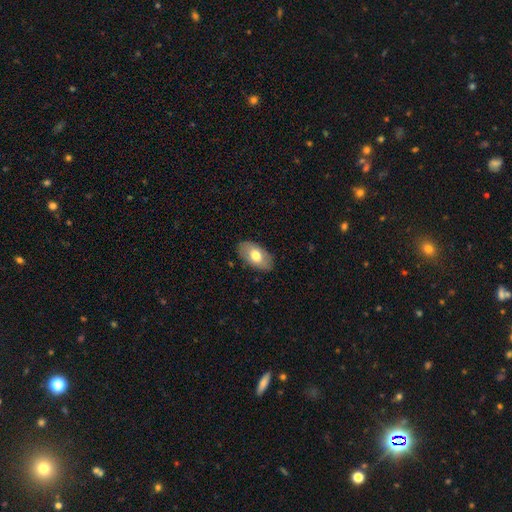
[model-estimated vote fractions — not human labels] smooth 69%, featured or disk 25%, star or artifact 6%. Down the decision tree: how rounded — in between (94%); merging — none (86%).